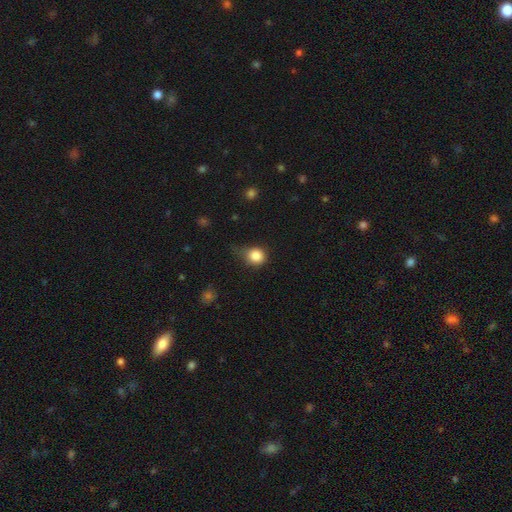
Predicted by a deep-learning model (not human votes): This is clearly a smooth galaxy (84%). How rounded: likely round (79%). Merging: possibly none (48%).